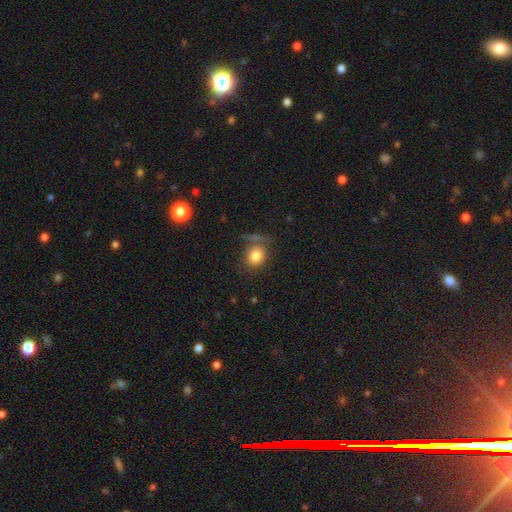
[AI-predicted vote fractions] The model was most divided on "how rounded": round: 72%, in between: 27%, cigar-shaped: 1%. More confident: smooth or featured — smooth (81%); merging — none (64%).